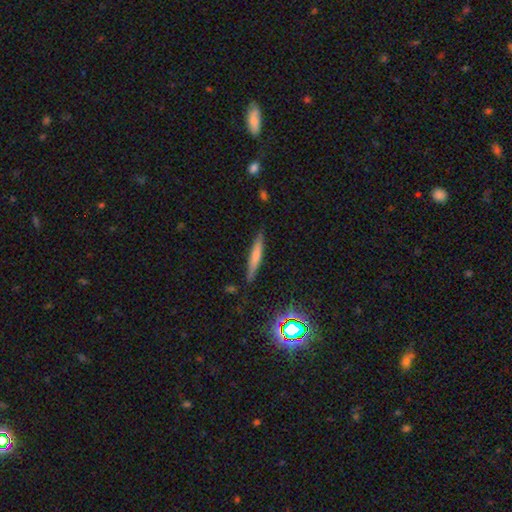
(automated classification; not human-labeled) smooth_or_featured: smooth (p=0.61) [alt: featured or disk p=0.29]
how_rounded: cigar-shaped (p=0.92) [alt: in between p=0.06]
merging: none (p=0.86) [alt: minor disturbance p=0.10]